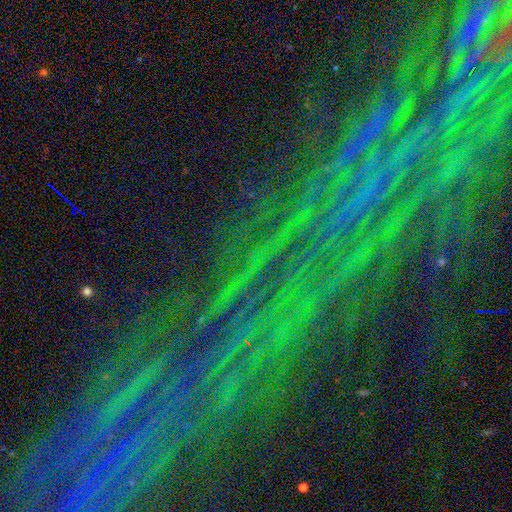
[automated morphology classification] smooth_or_featured: star or artifact (p=0.83) [alt: featured or disk p=0.10]